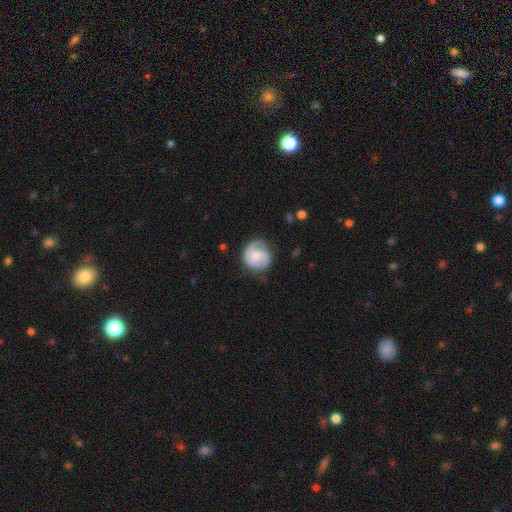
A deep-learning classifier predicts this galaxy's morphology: smooth-or-featured: featured or disk: 68% | smooth: 26% | star or artifact: 6%
  disk-edge-on: no: 98% | yes: 2%
    bar: no: 63% | weak: 31% | strong: 6%
    has-spiral-arms: yes: 91% | no: 9%
      spiral-winding: tight: 45% | medium: 38% | loose: 16%
      spiral-arm-count: 2: 62% | 1: 18% | can't tell: 12% | 3: 5% | 4: 1% | more than 4: 1%
    bulge-size: moderate: 52% | small: 42% | large: 2% | none: 2% | dominant: 1%
  merging: none: 68% | minor disturbance: 22% | major disturbance: 8% | merger: 1%